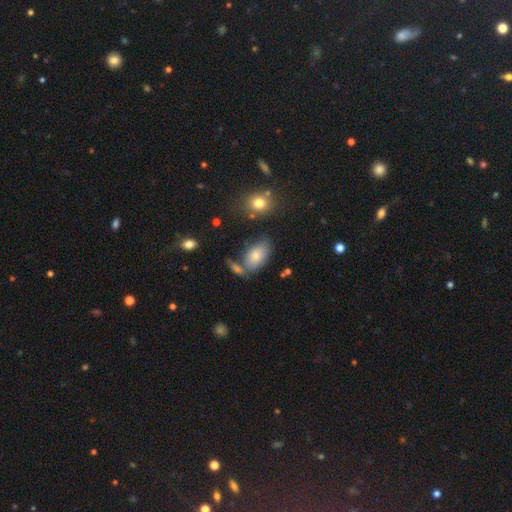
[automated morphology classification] smooth-or-featured: smooth: 75% | featured or disk: 16% | star or artifact: 9%
  how-rounded: in between: 90% | round: 7% | cigar-shaped: 2%
  merging: none: 60% | minor disturbance: 18% | merger: 16% | major disturbance: 6%